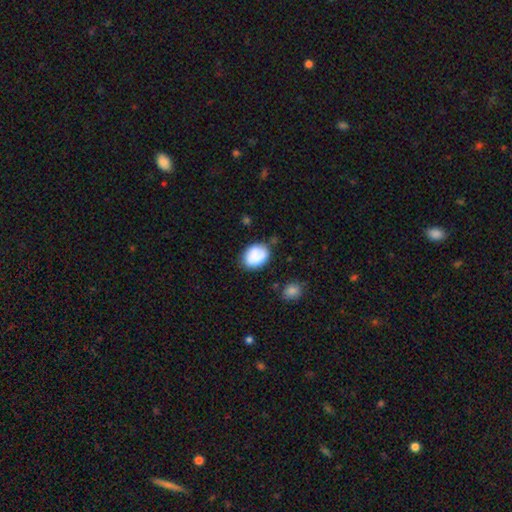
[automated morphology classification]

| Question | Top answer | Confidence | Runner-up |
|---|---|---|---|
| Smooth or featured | smooth | 83% | featured or disk (9%) |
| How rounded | in between | 68% | round (31%) |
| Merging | none | 68% | minor disturbance (22%) |